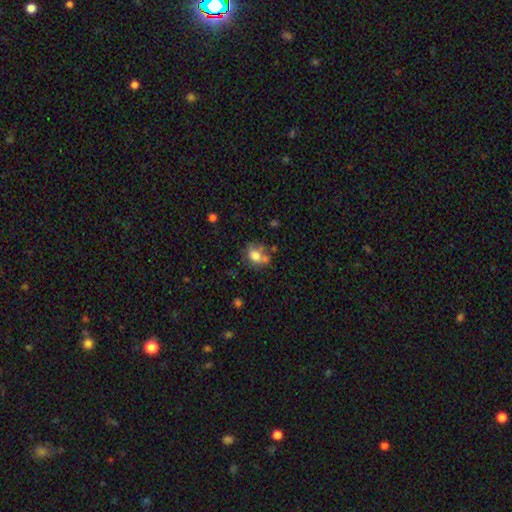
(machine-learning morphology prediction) Overall: smooth (72%). How rounded: in between (53%; round 46%). Merging: none (44%; merger 25%).